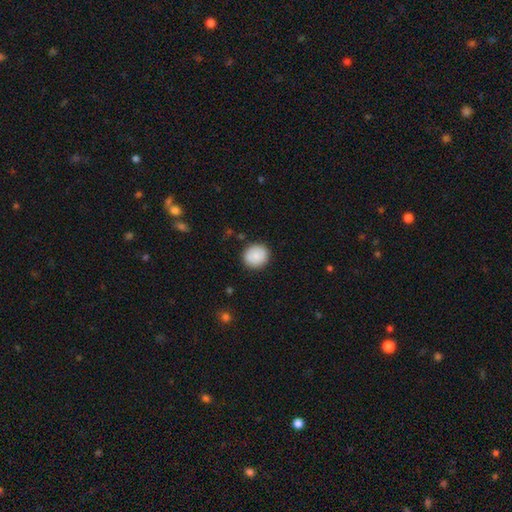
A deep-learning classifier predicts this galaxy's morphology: Smooth or featured? Predicted: smooth (p=0.85). How rounded? Predicted: round (p=0.87). Merging? Predicted: none (p=0.88).